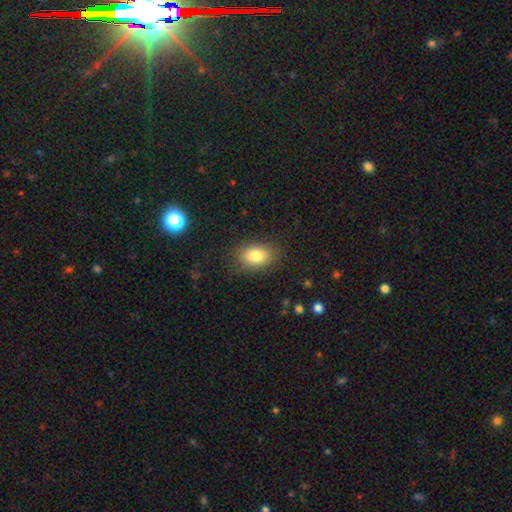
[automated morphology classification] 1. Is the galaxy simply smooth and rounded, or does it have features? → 82% smooth, 9% star or artifact, 8% featured or disk.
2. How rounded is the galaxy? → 82% in between, 17% round, 1% cigar-shaped.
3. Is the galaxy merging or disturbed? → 84% none, 11% minor disturbance, 4% major disturbance, 1% merger.